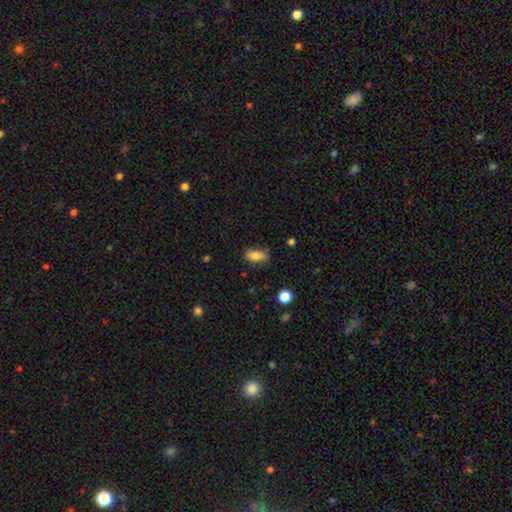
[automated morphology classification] smooth_or_featured: smooth (p=0.83) [alt: star or artifact p=0.08]
how_rounded: in between (p=0.87) [alt: cigar-shaped p=0.08]
merging: none (p=0.75) [alt: minor disturbance p=0.19]